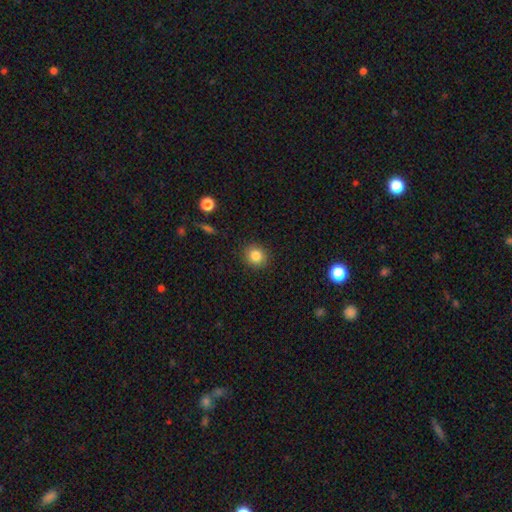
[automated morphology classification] The model was most divided on "how rounded": round: 83%, in between: 16%, cigar-shaped: 1%. More confident: merging — none (90%); smooth or featured — smooth (84%).